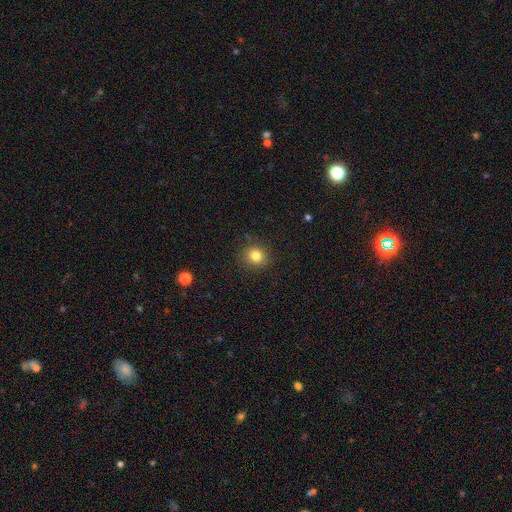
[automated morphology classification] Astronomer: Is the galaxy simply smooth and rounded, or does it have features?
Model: smooth — 82%.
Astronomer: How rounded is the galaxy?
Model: round — 83%.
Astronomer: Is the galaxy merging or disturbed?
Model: none — 88%.